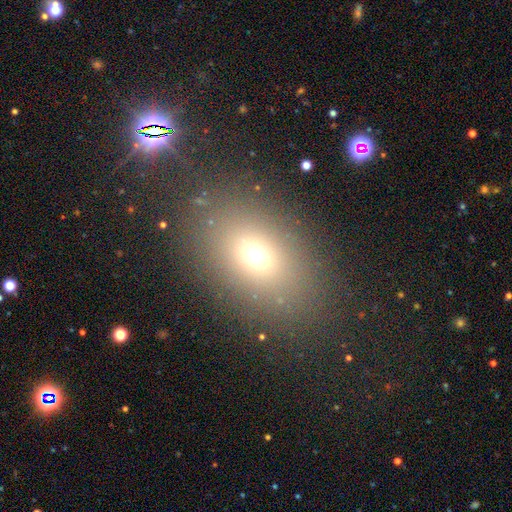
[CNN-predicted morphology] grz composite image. It shows a smooth galaxy with no disk features (66%) that is in between round and cigar-shaped (70%). Merging: none (83%).